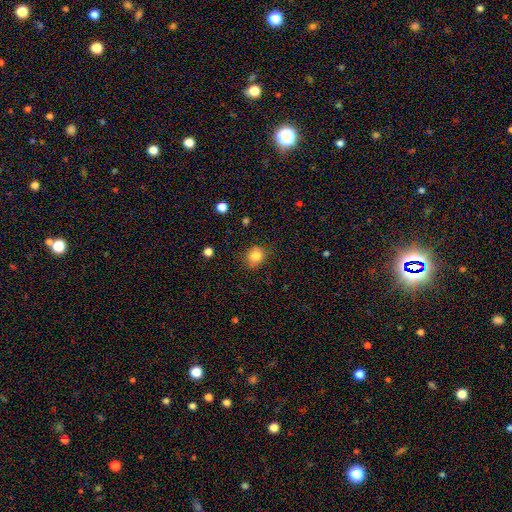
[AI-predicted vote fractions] Overall: smooth (82%). How rounded: round (72%). Merging: none (79%).